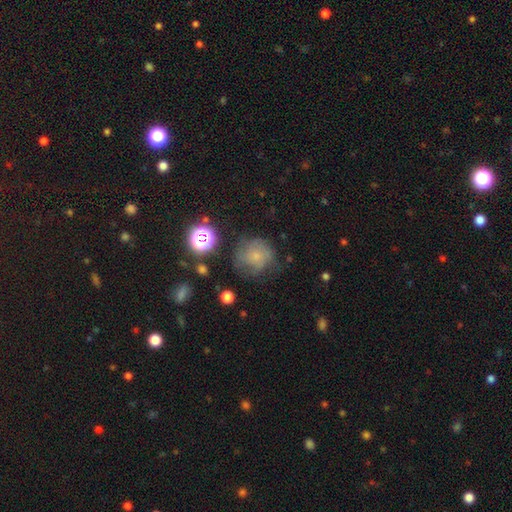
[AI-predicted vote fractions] Smooth or featured: smooth — 57% (featured or disk — 24%)
How rounded: round — 87% (in between — 12%)
Merging: none — 58% (minor disturbance — 24%)